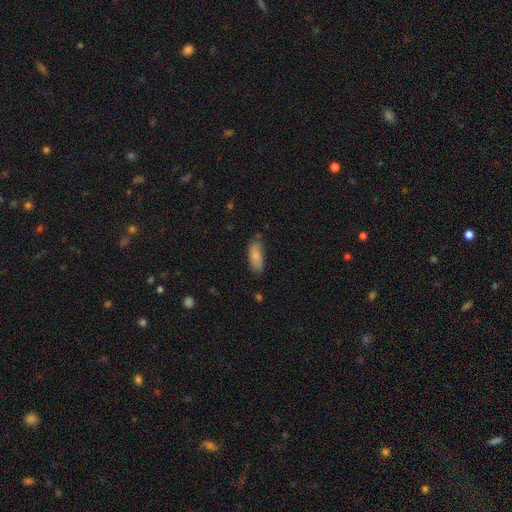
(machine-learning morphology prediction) A smooth galaxy with no disk features (84%) that is in between round and cigar-shaped (76%). Merging: none (68%).